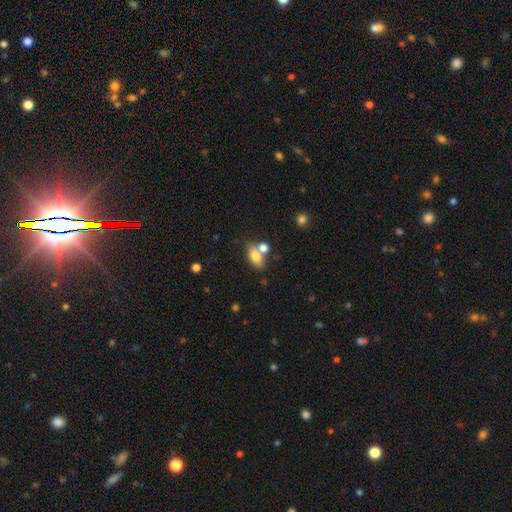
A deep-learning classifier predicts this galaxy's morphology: smooth_or_featured: smooth (p=0.76) [alt: featured or disk p=0.15]
how_rounded: in between (p=0.82) [alt: round p=0.10]
merging: none (p=0.52) [alt: merger p=0.31]